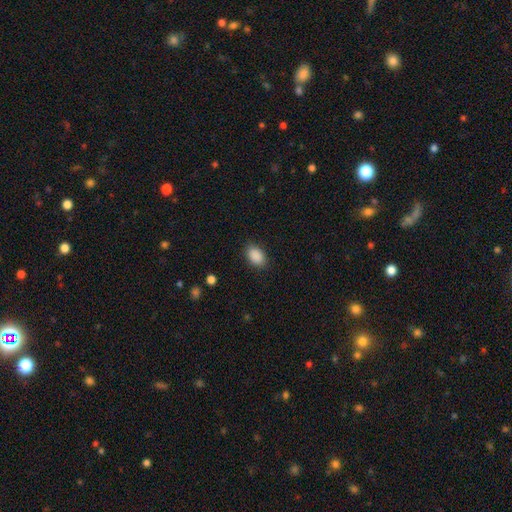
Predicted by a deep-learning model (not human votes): Smooth or featured?
  - smooth: 90% *
  - star or artifact: 8%
  - featured or disk: 3%
How rounded?
  - in between: 87% *
  - round: 12%
  - cigar-shaped: 1%
Merging?
  - none: 87% *
  - minor disturbance: 9%
  - major disturbance: 3%
  - merger: 1%